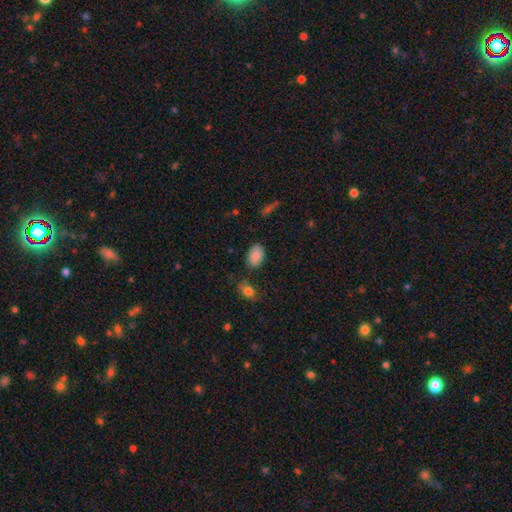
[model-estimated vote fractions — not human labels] Overall: smooth (86%). How rounded: in between (87%). Merging: none (73%).